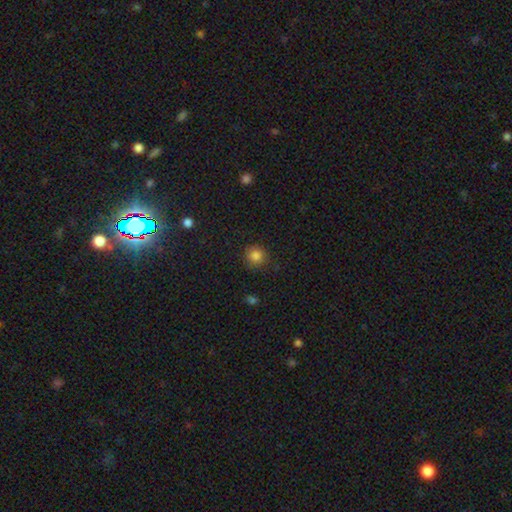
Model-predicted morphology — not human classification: smooth-or-featured: smooth: 84% | star or artifact: 12% | featured or disk: 5%
  how-rounded: round: 92% | in between: 7% | cigar-shaped: 1%
  merging: none: 86% | minor disturbance: 10% | major disturbance: 3% | merger: 1%